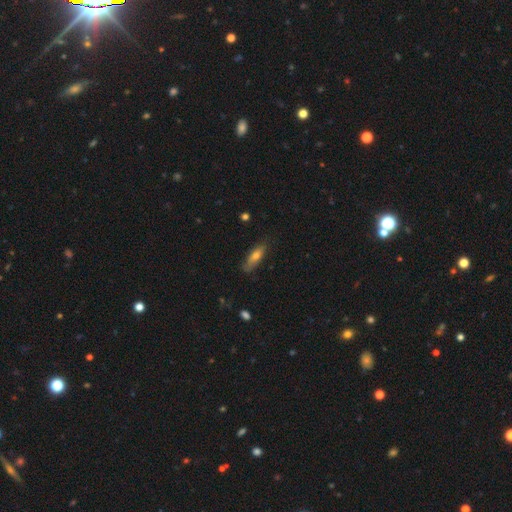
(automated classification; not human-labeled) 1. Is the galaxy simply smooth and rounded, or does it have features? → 61% smooth, 32% featured or disk, 7% star or artifact.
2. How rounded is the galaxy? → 56% cigar-shaped, 42% in between, 3% round.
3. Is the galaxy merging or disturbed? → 73% none, 21% minor disturbance, 4% major disturbance, 2% merger.